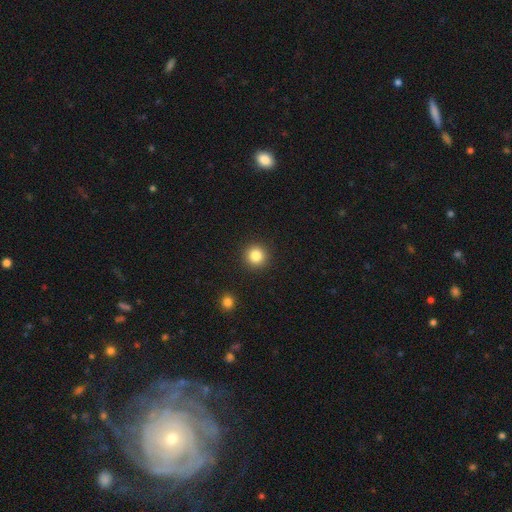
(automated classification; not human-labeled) Smooth or featured? Predicted: smooth (p=0.84). How rounded? Predicted: round (p=0.94). Merging? Predicted: none (p=0.92).